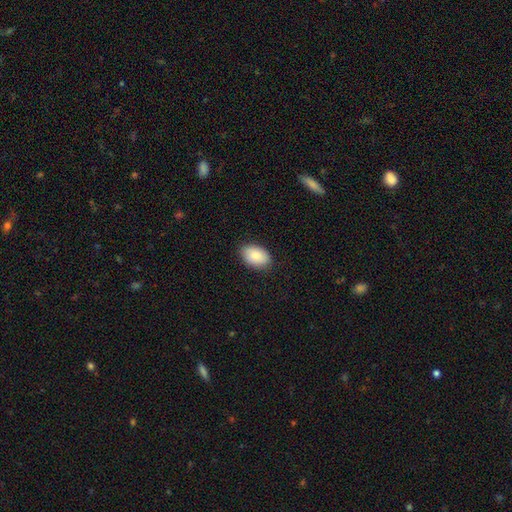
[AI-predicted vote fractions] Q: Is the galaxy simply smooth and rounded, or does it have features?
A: smooth — 87%.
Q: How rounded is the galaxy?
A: in between — 90%.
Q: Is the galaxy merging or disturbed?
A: none — 87%.